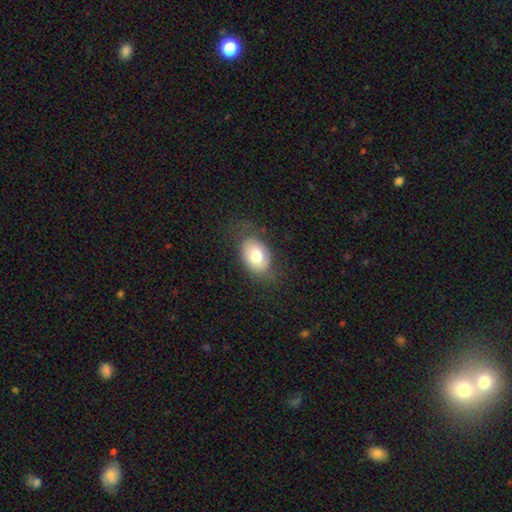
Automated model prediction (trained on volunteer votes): Morphology: type=smooth (74%); roundness=in between (83%); merging=none (70%).